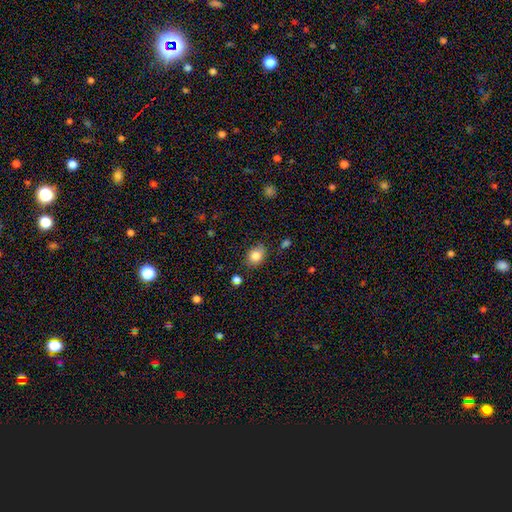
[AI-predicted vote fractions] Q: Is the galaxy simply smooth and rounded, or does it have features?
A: smooth — 84%.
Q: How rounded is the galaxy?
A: in between — 52%.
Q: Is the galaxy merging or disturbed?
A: none — 76%.